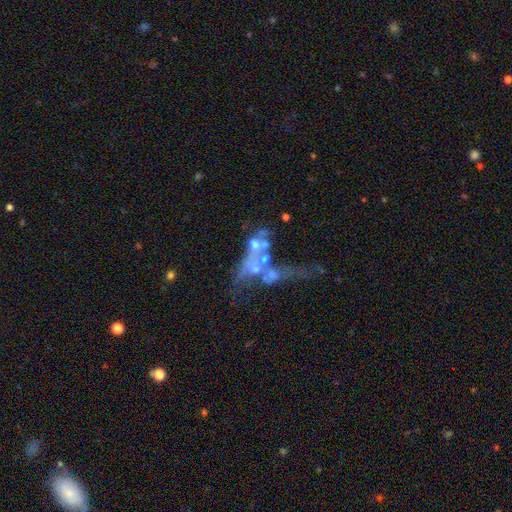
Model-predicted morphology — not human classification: featured or disk 50%, star or artifact 28%, smooth 21%. Down the decision tree: edge-on disk — no (81%); merging — merger (41%).